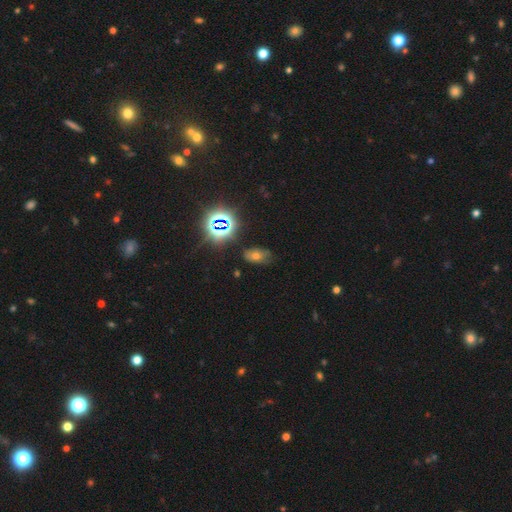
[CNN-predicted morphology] Q: Smooth or featured?
A: smooth (42%); runner-up: star or artifact (40%)
Q: Merging?
A: none (70%); runner-up: minor disturbance (20%)